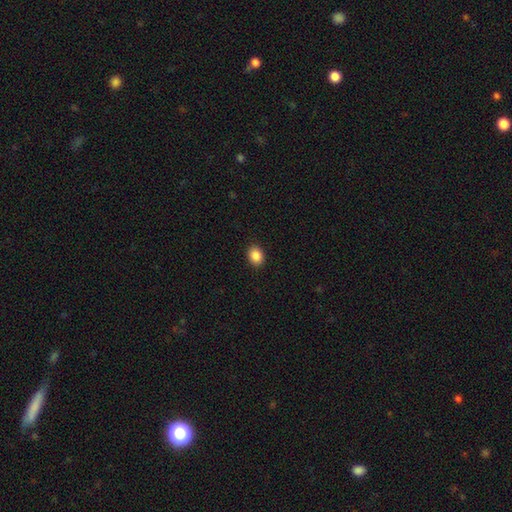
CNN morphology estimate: Smooth or featured: smooth — 87% (star or artifact — 9%)
How rounded: in between — 53% (round — 46%)
Merging: none — 91% (minor disturbance — 6%)